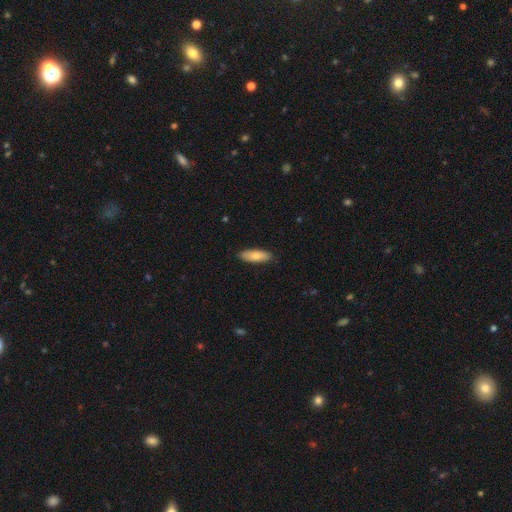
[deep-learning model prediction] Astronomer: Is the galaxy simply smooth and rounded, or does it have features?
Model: smooth — 80%.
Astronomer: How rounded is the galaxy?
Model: in between — 64%.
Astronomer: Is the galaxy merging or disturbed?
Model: none — 86%.